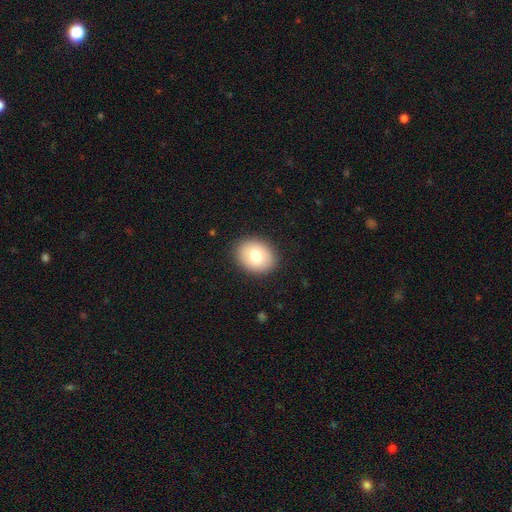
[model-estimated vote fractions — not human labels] Smooth or featured? smooth (76%)
How rounded? round (50%)
Merging? none (89%)